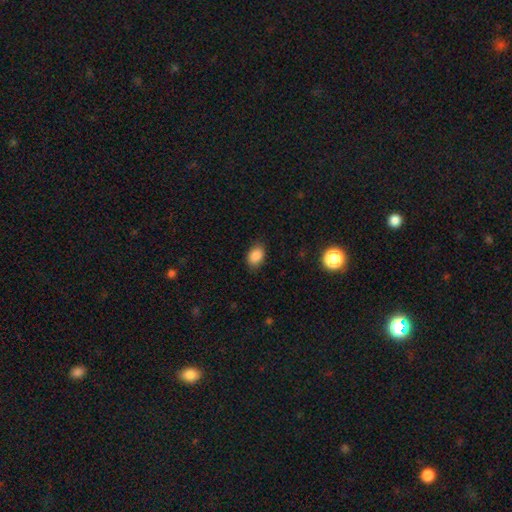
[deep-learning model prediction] Smooth or featured? Predicted: smooth (p=0.87). How rounded? Predicted: in between (p=0.81). Merging? Predicted: none (p=0.83).